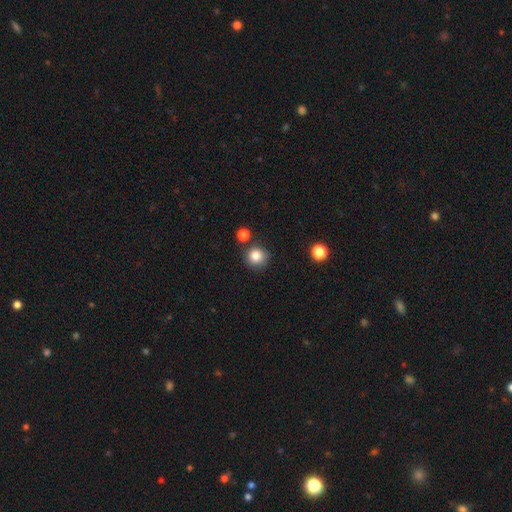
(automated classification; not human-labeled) The model was most divided on "merging": none: 79%, minor disturbance: 11%, merger: 7%, major disturbance: 3%. More confident: how rounded — round (92%); smooth or featured — smooth (83%).